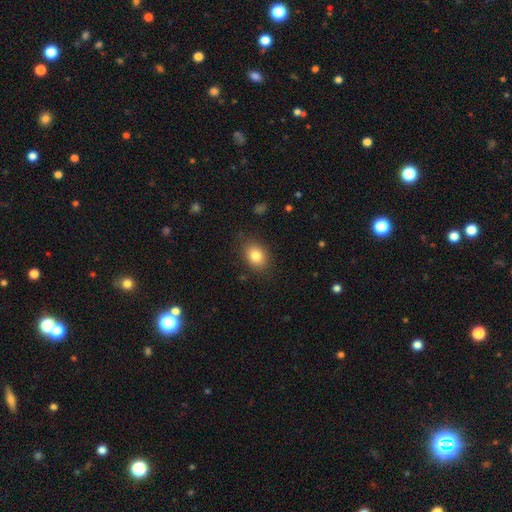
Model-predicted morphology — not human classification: Q: Smooth or featured?
A: smooth (83%); runner-up: star or artifact (9%)
Q: How rounded?
A: in between (72%); runner-up: round (27%)
Q: Merging?
A: none (85%); runner-up: minor disturbance (11%)